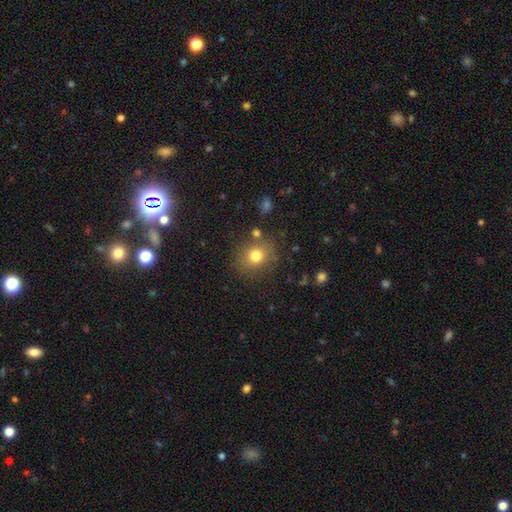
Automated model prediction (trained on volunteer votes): Smooth or featured? Predicted: smooth (p=0.77). How rounded? Predicted: round (p=0.73). Merging? Predicted: none (p=0.79).